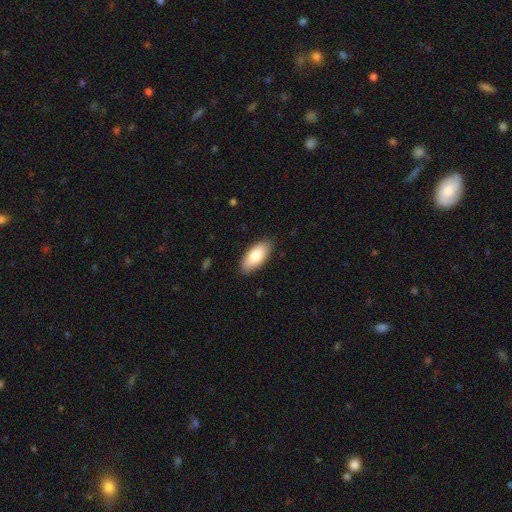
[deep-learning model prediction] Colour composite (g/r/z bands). It shows a smooth galaxy with no disk features (83%) that is in between round and cigar-shaped (90%). Merging: none (88%).